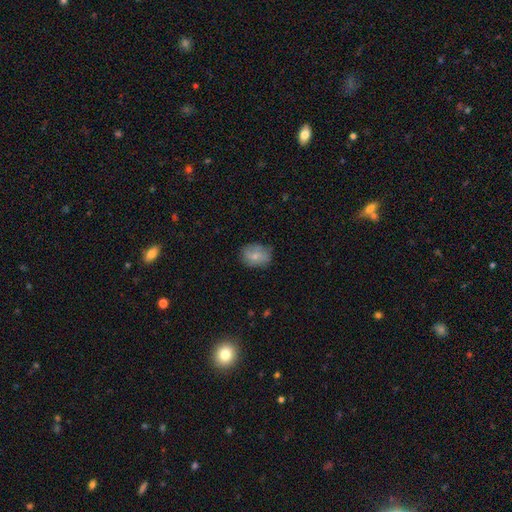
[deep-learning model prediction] Smooth or featured? Predicted: smooth (p=0.69). How rounded? Predicted: in between (p=0.63). Merging? Predicted: none (p=0.71).